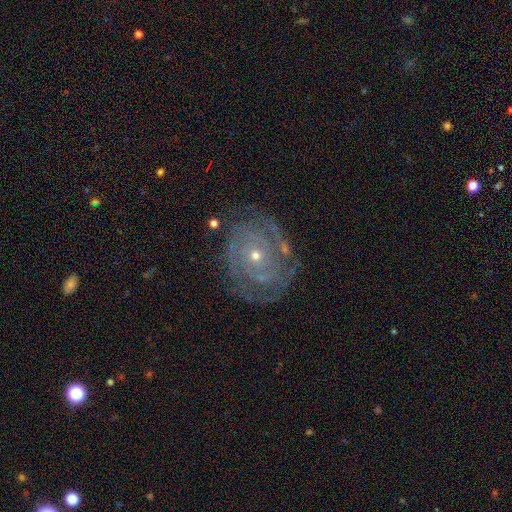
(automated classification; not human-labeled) Q: Smooth or featured?
A: featured or disk (85%); runner-up: smooth (8%)
Q: Edge-on disk?
A: no (97%); runner-up: yes (3%)
Q: Bar?
A: no (83%); runner-up: weak (13%)
Q: Spiral arms?
A: yes (92%); runner-up: no (8%)
Q: Spiral winding?
A: tight (76%); runner-up: medium (19%)
Q: Spiral arm count?
A: can't tell (31%); tied with: 2 (31%)
Q: Bulge size?
A: small (66%); runner-up: moderate (31%)
Q: Merging?
A: none (73%); runner-up: minor disturbance (17%)